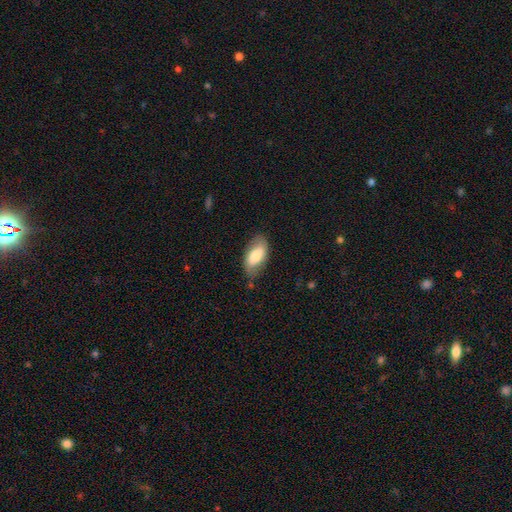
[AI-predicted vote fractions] This is likely a smooth galaxy (69%). How rounded: clearly in between (93%). Merging: likely none (68%).